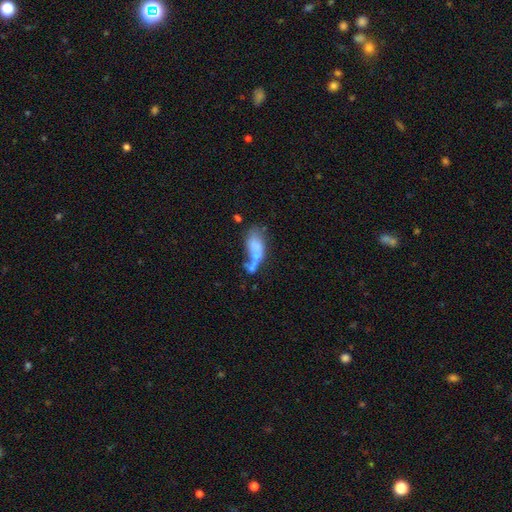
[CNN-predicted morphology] type=smooth (54%); roundness=in between (80%); merging=merger (46%).